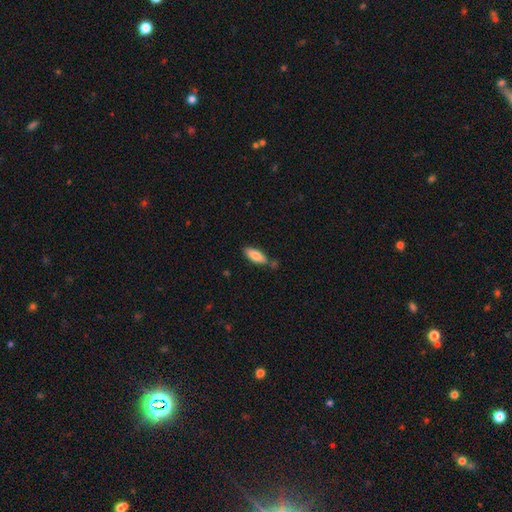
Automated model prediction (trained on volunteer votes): Smooth or featured? Predicted: smooth (p=0.83). How rounded? Predicted: in between (p=0.72). Merging? Predicted: none (p=0.72).